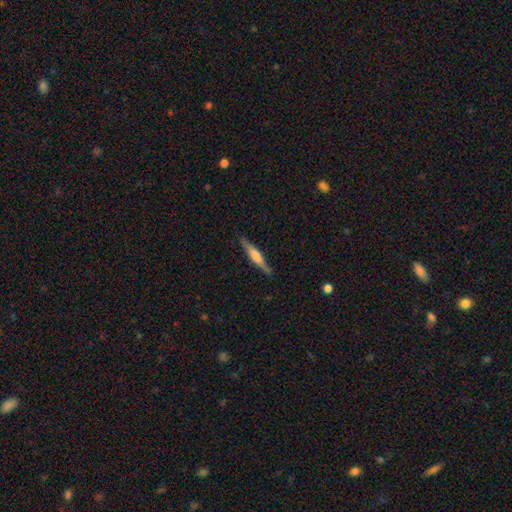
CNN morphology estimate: Smooth or featured: featured or disk — 59% (smooth — 35%)
Edge-on disk: yes — 97% (no — 3%)
Edge-on bulge: rounded — 58% (boxy — 31%)
Merging: none — 86% (minor disturbance — 10%)